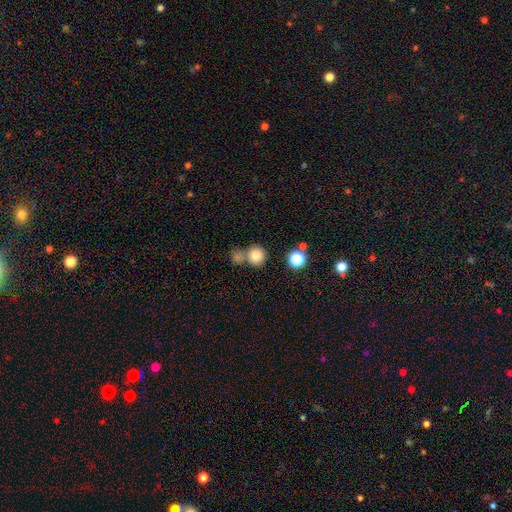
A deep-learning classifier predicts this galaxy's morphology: The model was most divided on "merging": none: 62%, merger: 26%, minor disturbance: 9%, major disturbance: 3%. More confident: how rounded — round (91%); smooth or featured — smooth (81%).